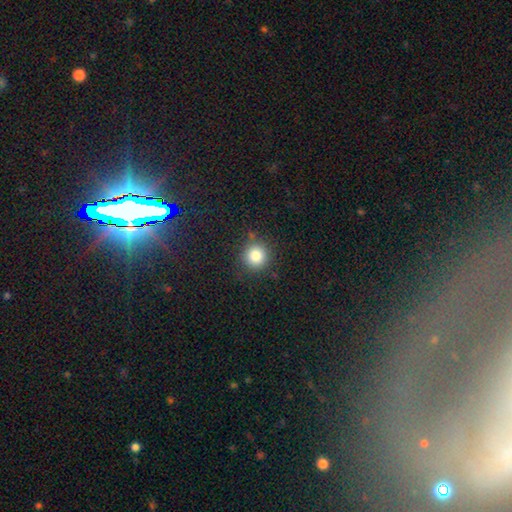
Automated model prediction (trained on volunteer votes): The model was most divided on "smooth or featured": smooth: 82%, star or artifact: 12%, featured or disk: 6%. More confident: how rounded — round (92%); merging — none (86%).